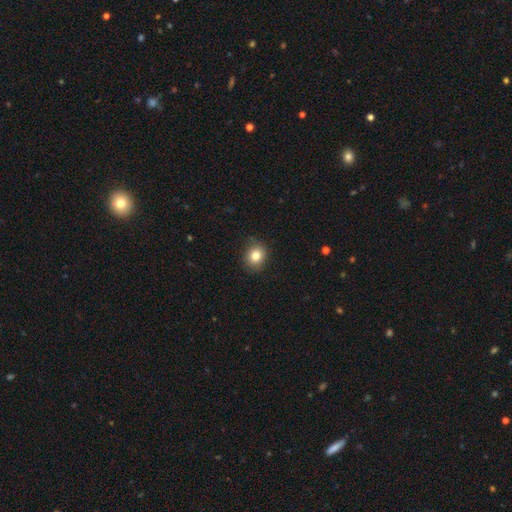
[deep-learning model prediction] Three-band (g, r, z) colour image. It shows a smooth galaxy with no disk features (82%) that is round (76%). Merging: none (86%).